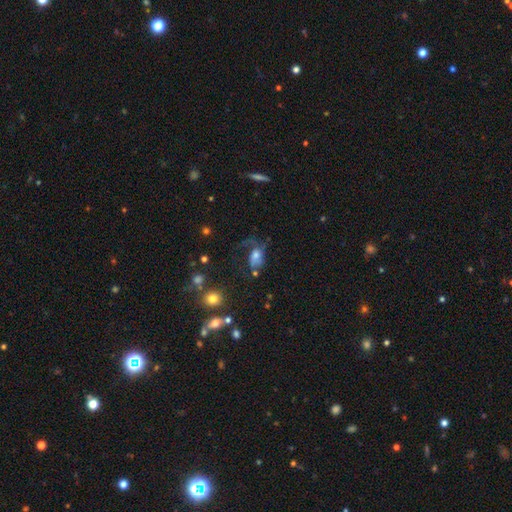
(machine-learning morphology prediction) Smooth or featured?
  - featured or disk: 47% *
  - smooth: 41%
  - star or artifact: 12%
Merging?
  - major disturbance: 48% *
  - none: 28%
  - minor disturbance: 18%
  - merger: 6%